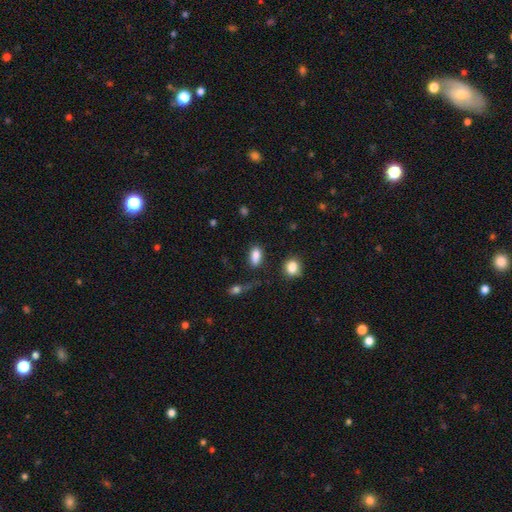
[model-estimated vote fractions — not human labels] Overall: smooth (86%). How rounded: in between (86%). Merging: none (73%).